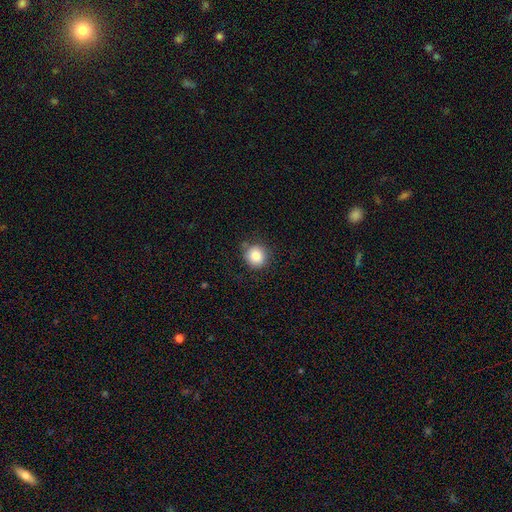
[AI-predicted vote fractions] This is clearly a smooth galaxy (85%). How rounded: clearly round (89%). Merging: likely none (79%).